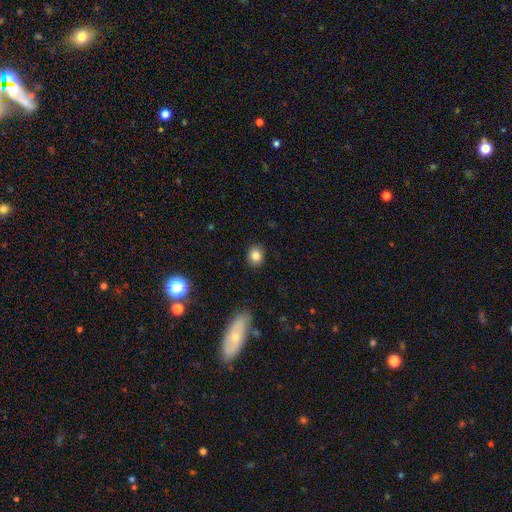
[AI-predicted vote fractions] This is clearly a smooth galaxy (83%). How rounded: likely round (66%). Merging: clearly none (89%).